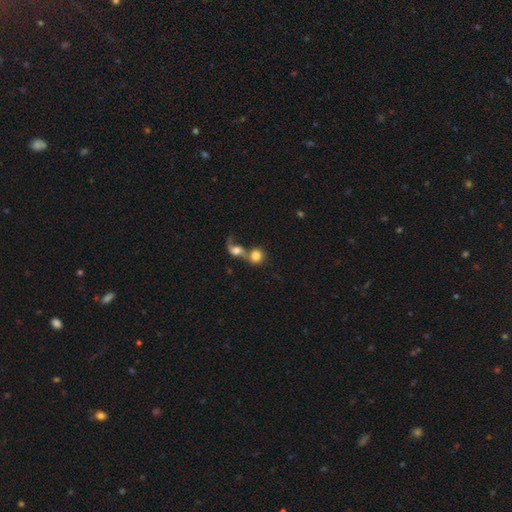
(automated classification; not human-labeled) This is likely a smooth galaxy (76%). How rounded: clearly round (83%). Merging: likely merger (65%).